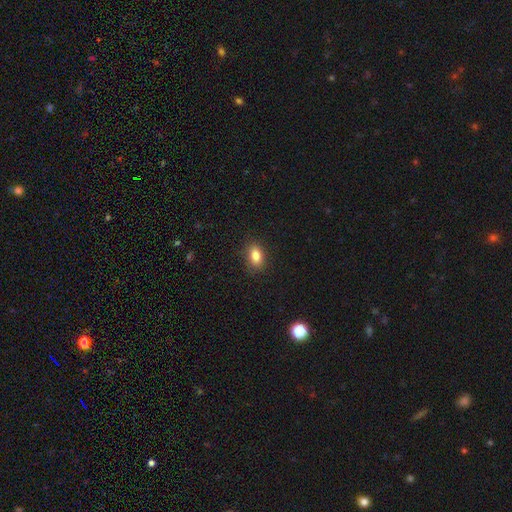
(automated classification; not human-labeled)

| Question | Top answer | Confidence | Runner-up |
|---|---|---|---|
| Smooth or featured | smooth | 86% | star or artifact (9%) |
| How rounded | in between | 86% | round (11%) |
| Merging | none | 86% | minor disturbance (10%) |